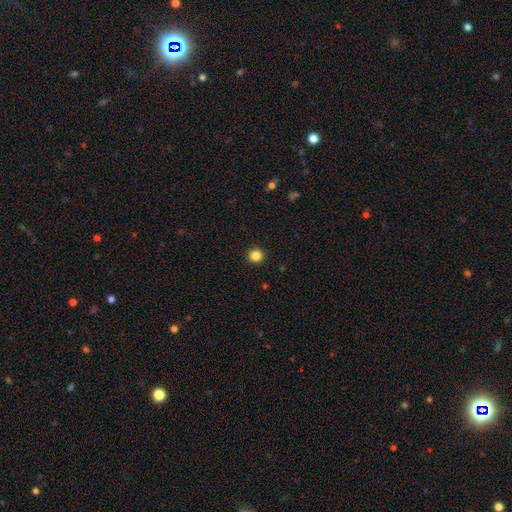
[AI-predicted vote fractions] Smooth or featured: smooth — 85% (star or artifact — 11%)
How rounded: round — 94% (in between — 5%)
Merging: none — 93% (minor disturbance — 4%)